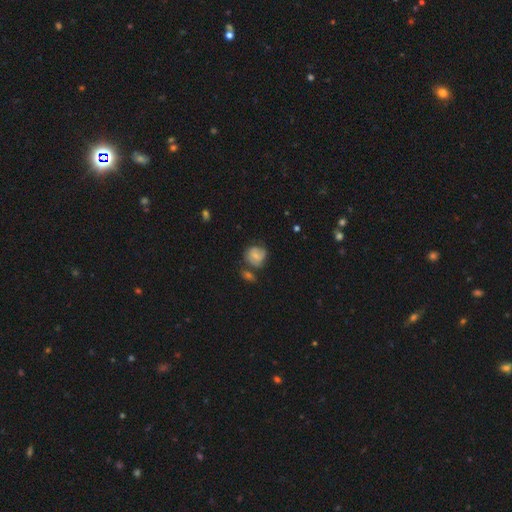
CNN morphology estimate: This appears to be a smooth galaxy with no disk features (48%). Merging: none (52%).